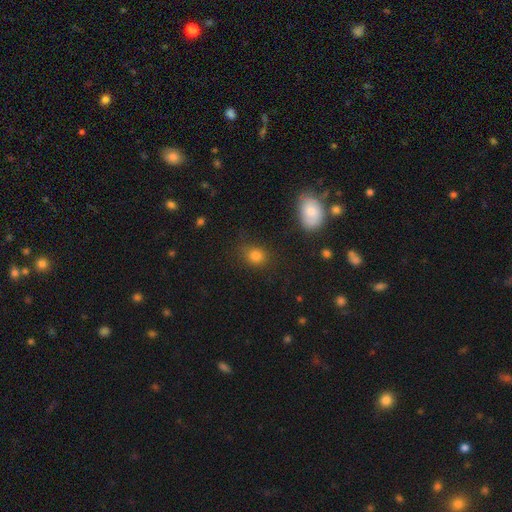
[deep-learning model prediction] Smooth or featured? Predicted: smooth (p=0.80). How rounded? Predicted: round (p=0.64). Merging? Predicted: none (p=0.75).